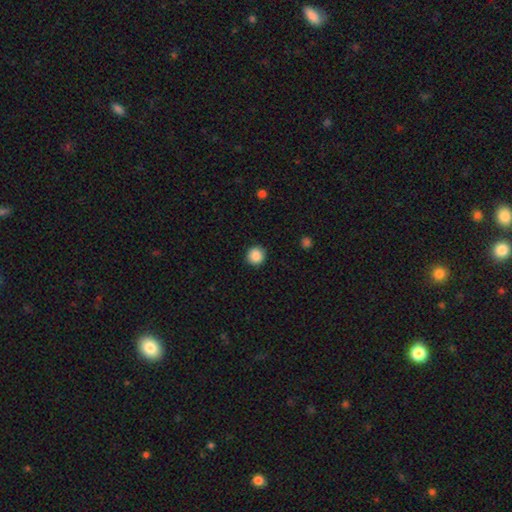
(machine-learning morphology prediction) type=smooth (88%); roundness=round (93%); merging=none (91%).